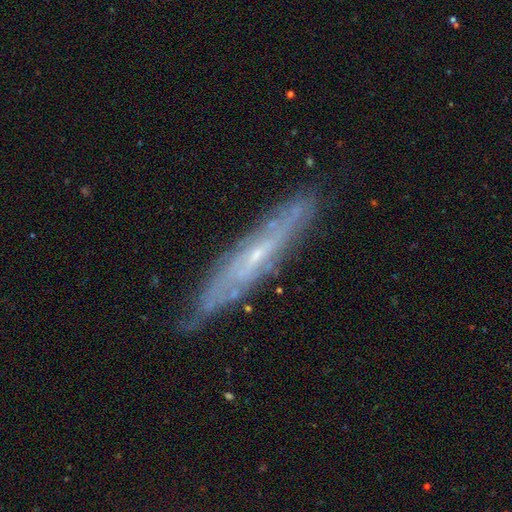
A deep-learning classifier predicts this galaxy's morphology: This appears to be a featured or disk galaxy (75%) viewed edge-on (62%). Merging: none (77%).